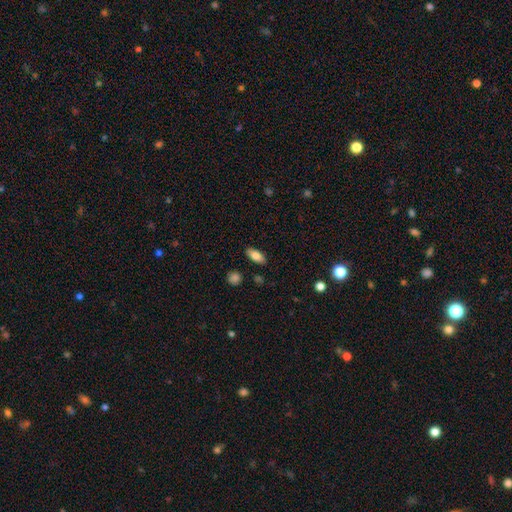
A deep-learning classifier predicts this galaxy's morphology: Smooth or featured? Predicted: smooth (p=0.79). How rounded? Predicted: in between (p=0.85). Merging? Predicted: none (p=0.87).